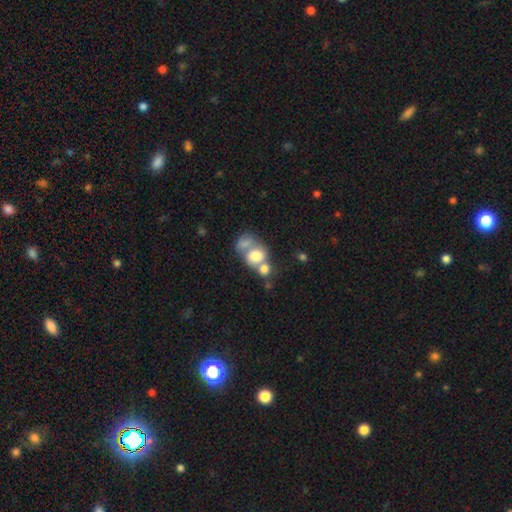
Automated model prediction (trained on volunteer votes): This is likely a smooth galaxy (68%). How rounded: possibly in between (53%). Merging: likely merger (65%).